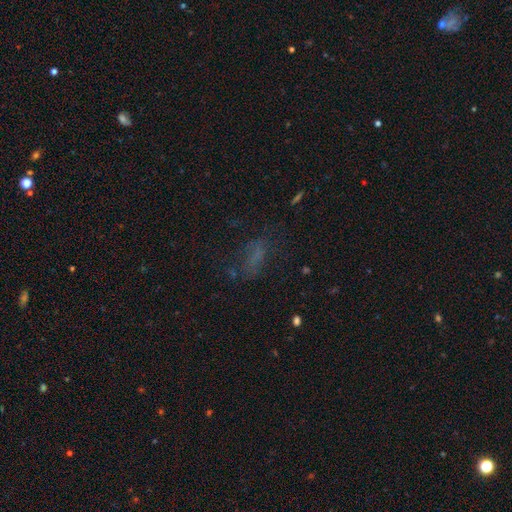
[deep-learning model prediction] Morphology: type=smooth (48%); merging=none (49%).